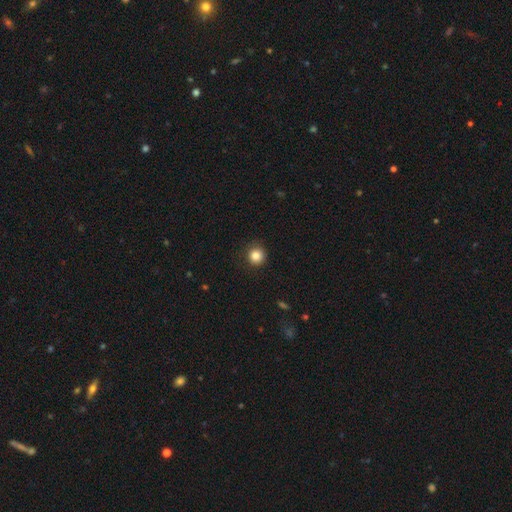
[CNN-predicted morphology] The model was most divided on "smooth or featured": smooth: 84%, star or artifact: 11%, featured or disk: 4%. More confident: how rounded — round (93%); merging — none (87%).